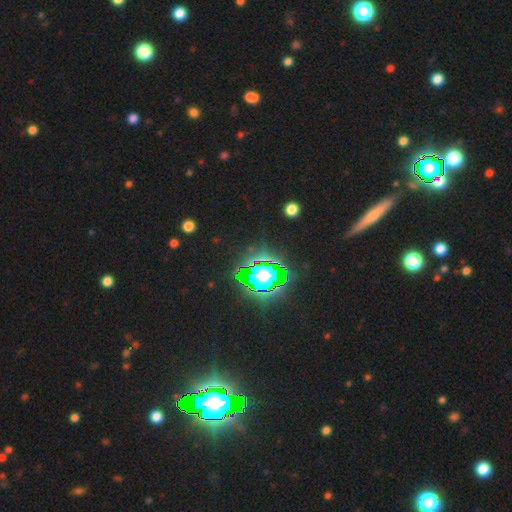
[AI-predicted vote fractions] This is likely a star or artifact rather than a galaxy (77%).